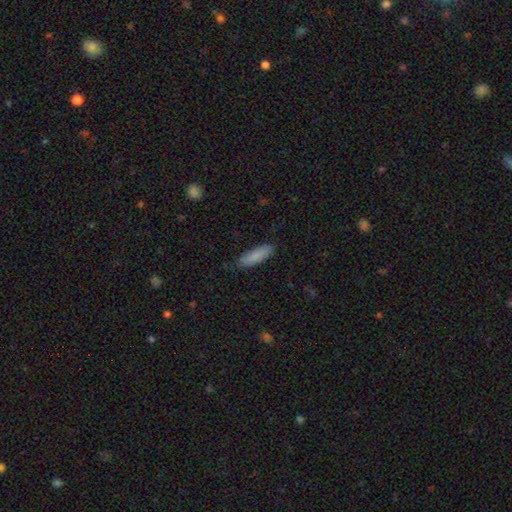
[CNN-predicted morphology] type=smooth (86%); roundness=cigar-shaped (55%); merging=none (80%).